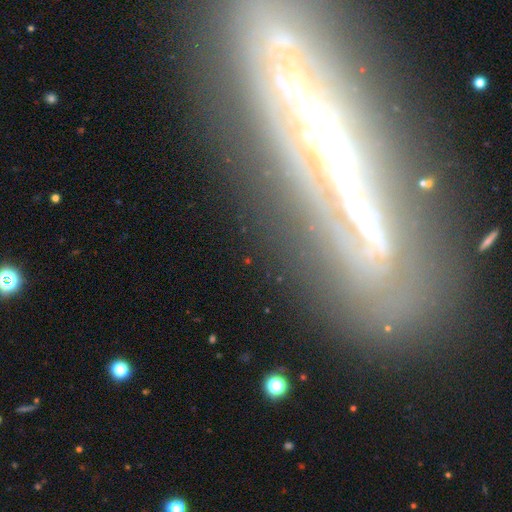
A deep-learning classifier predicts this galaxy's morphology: Smooth or featured: featured or disk — 80% (smooth — 10%)
Edge-on disk: yes — 76% (no — 24%)
Edge-on bulge: rounded — 56% (none — 32%)
Merging: none — 76% (minor disturbance — 14%)